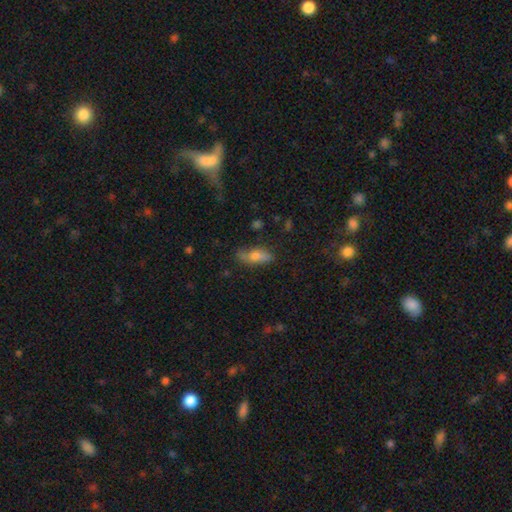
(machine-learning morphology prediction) Smooth or featured? smooth (66%)
How rounded? in between (63%)
Merging? none (68%)